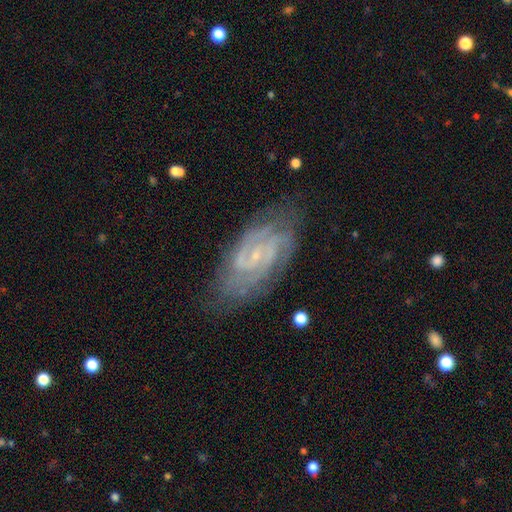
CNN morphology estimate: featured or disk 86%, smooth 8%, star or artifact 7%. Down the decision tree: edge-on disk — no (96%); bar — weak (47%); spiral arms — yes (96%); spiral arm count — 2 (56%); spiral winding — tight (53%); bulge size — small (78%); merging — none (74%).